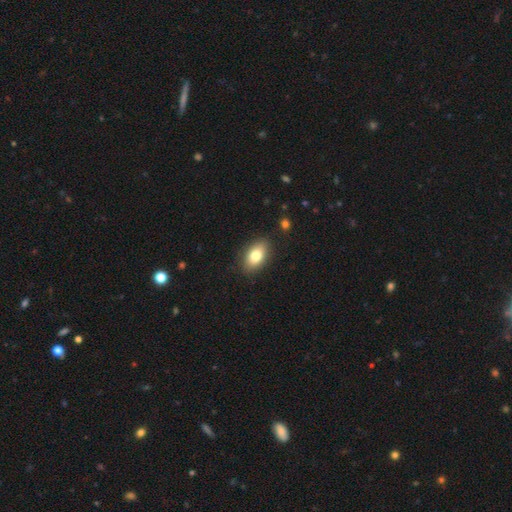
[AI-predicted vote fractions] Q: Smooth or featured?
A: smooth (80%); runner-up: featured or disk (12%)
Q: How rounded?
A: in between (89%); runner-up: round (8%)
Q: Merging?
A: none (87%); runner-up: minor disturbance (9%)